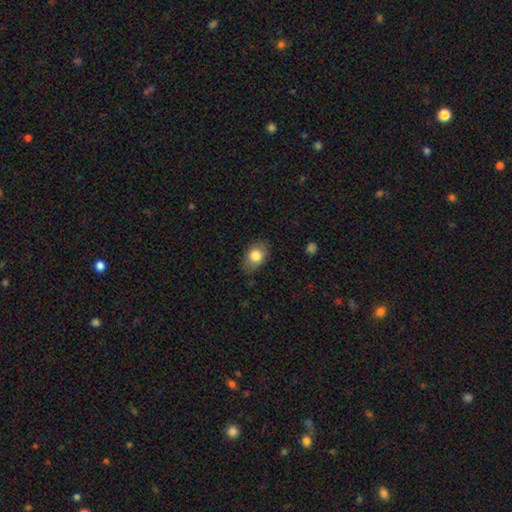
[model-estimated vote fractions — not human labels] The model was most divided on "how rounded": in between: 78%, round: 21%, cigar-shaped: 1%. More confident: smooth or featured — smooth (81%); merging — none (80%).